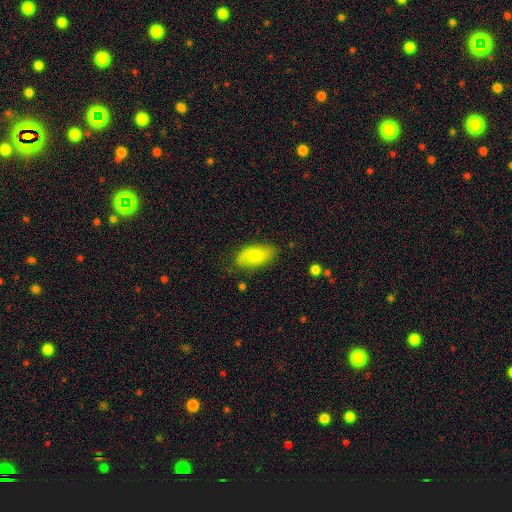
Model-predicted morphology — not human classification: smooth_or_featured: smooth (p=0.78) [alt: featured or disk p=0.15]
how_rounded: in between (p=0.93) [alt: cigar-shaped p=0.04]
merging: none (p=0.70) [alt: minor disturbance p=0.22]